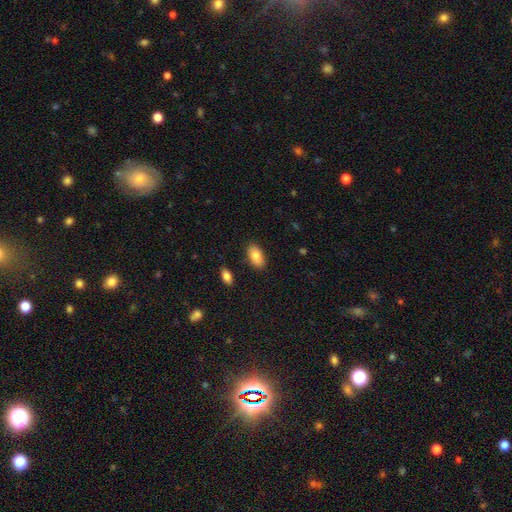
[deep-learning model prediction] A smooth galaxy with no disk features (84%) that is in between round and cigar-shaped (93%). Merging: none (85%).